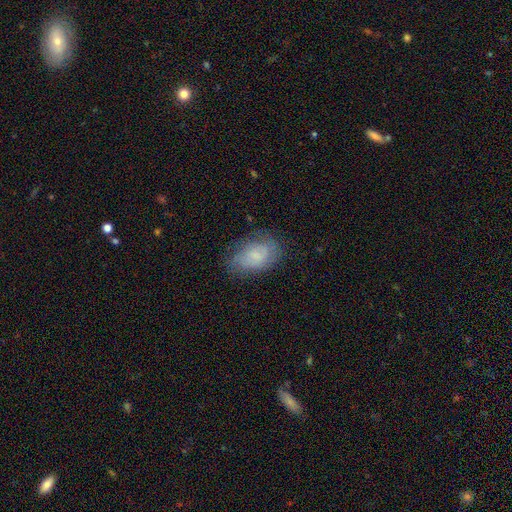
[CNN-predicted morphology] smooth_or_featured: smooth (p=0.58) [alt: featured or disk p=0.34]
how_rounded: in between (p=0.89) [alt: round p=0.09]
merging: none (p=0.67) [alt: minor disturbance p=0.23]